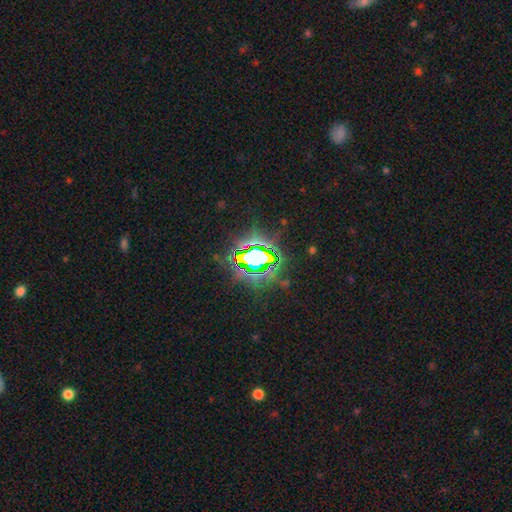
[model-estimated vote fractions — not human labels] Smooth or featured: star or artifact — 81% (smooth — 10%)